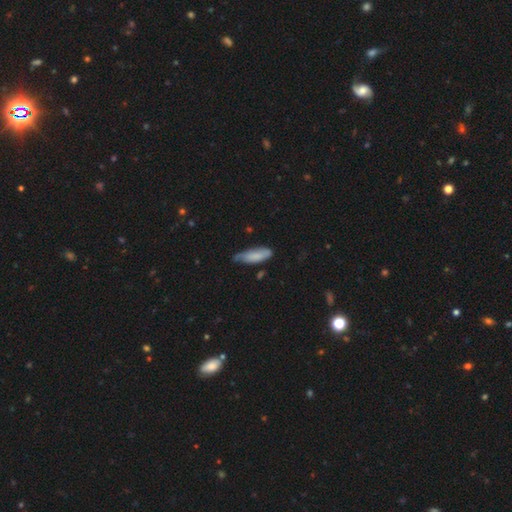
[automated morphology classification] Smooth or featured? smooth (77%)
How rounded? in between (52%)
Merging? none (48%)